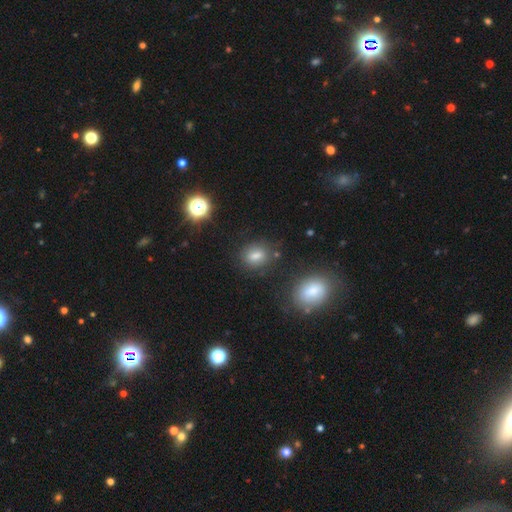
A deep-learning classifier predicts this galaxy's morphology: type=smooth (75%); roundness=in between (51%); merging=none (79%).